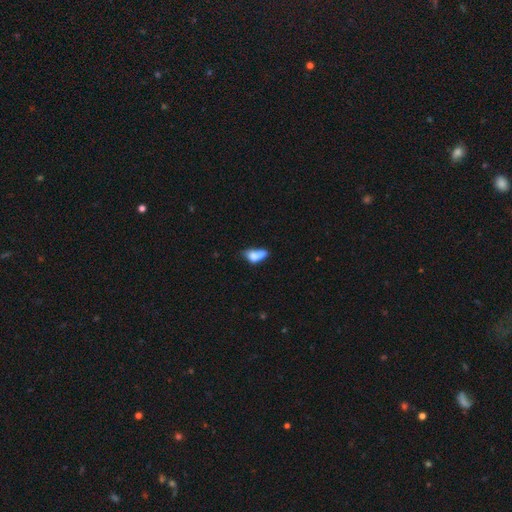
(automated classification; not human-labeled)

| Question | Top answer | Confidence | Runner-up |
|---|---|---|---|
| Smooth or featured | smooth | 67% | featured or disk (23%) |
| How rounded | in between | 77% | cigar-shaped (14%) |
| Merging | merger | 34% | none (24%) |